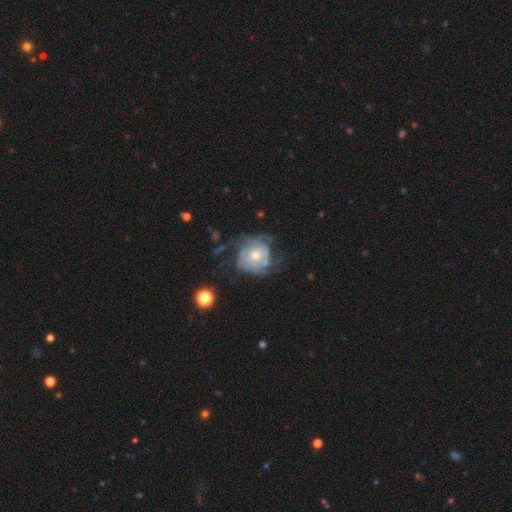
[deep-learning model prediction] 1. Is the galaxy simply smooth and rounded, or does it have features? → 74% featured or disk, 19% smooth, 7% star or artifact.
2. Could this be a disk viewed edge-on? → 97% no, 3% yes.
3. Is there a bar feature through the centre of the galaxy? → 80% no, 17% weak, 3% strong.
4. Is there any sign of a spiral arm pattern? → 82% yes, 18% no.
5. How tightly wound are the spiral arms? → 55% tight, 29% medium, 16% loose.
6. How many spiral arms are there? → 43% can't tell, 21% 2, 17% 3, 8% 4, 6% 1, 5% more than 4.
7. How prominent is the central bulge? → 58% moderate, 34% small, 6% large, 2% none, 1% dominant.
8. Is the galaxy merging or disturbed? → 48% none, 28% major disturbance, 22% minor disturbance, 2% merger.